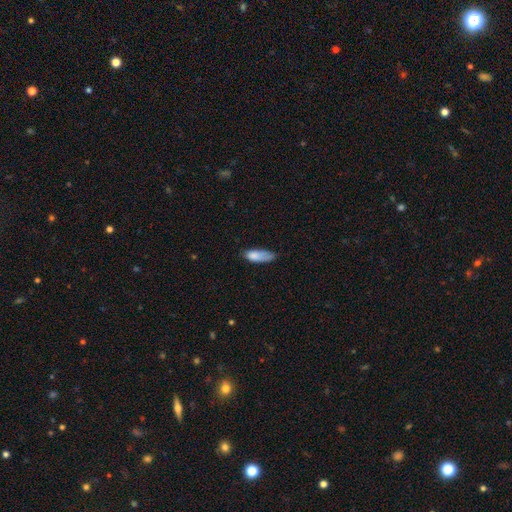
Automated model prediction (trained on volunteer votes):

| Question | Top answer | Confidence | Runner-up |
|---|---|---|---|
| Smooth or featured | smooth | 83% | featured or disk (10%) |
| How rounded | in between | 66% | cigar-shaped (32%) |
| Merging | none | 43% | minor disturbance (40%) |